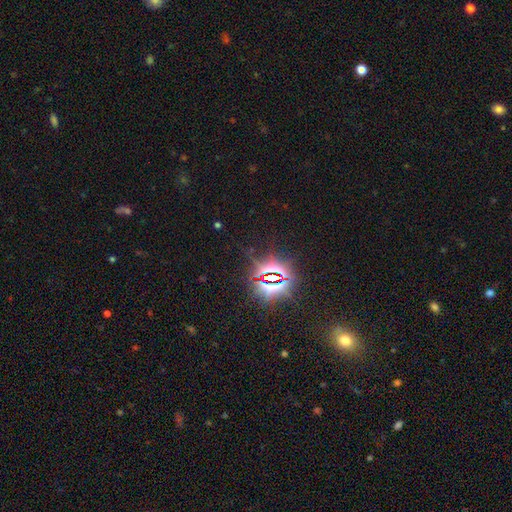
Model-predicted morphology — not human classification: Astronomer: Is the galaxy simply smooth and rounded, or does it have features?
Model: star or artifact — 82%.